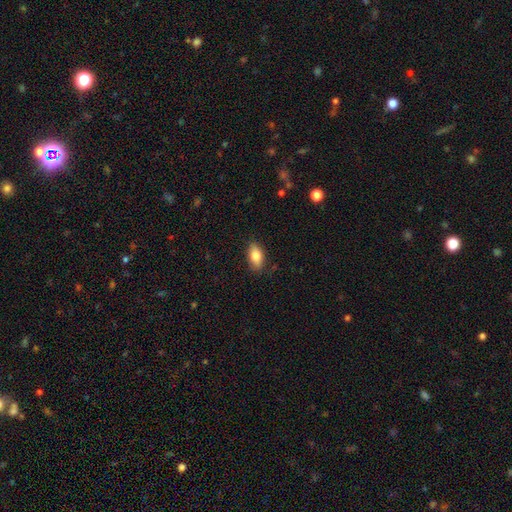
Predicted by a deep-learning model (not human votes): Smooth or featured? Predicted: smooth (p=0.82). How rounded? Predicted: in between (p=0.87). Merging? Predicted: none (p=0.84).